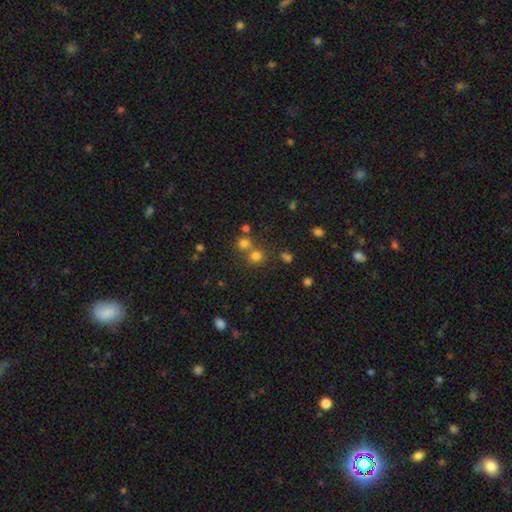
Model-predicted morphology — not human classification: type=smooth (68%); roundness=round (89%); merging=none (59%).